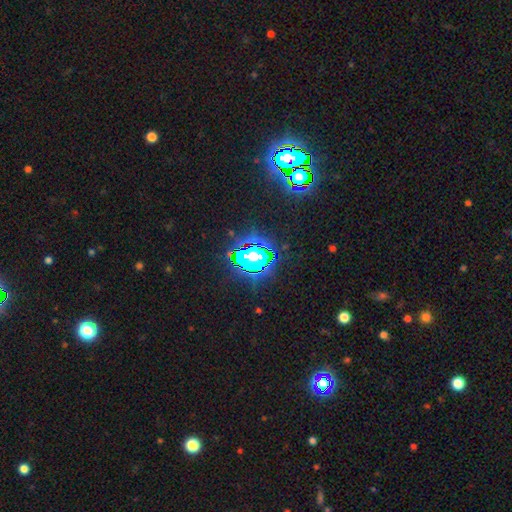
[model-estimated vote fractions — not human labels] A star or artifact, not a galaxy (70%).